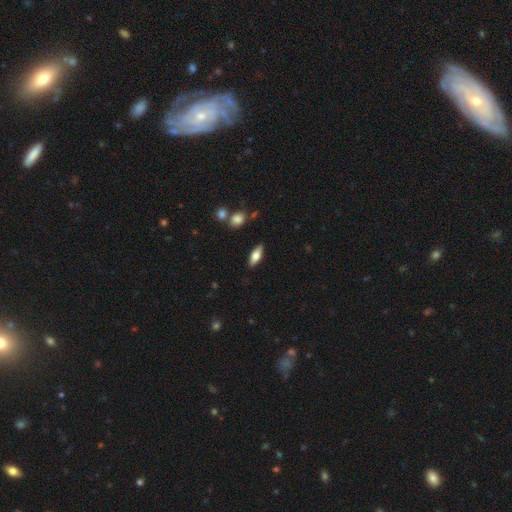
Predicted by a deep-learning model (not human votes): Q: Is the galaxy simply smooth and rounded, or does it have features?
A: smooth — 60%.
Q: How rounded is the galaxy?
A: in between — 68%.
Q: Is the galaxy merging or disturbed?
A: none — 86%.